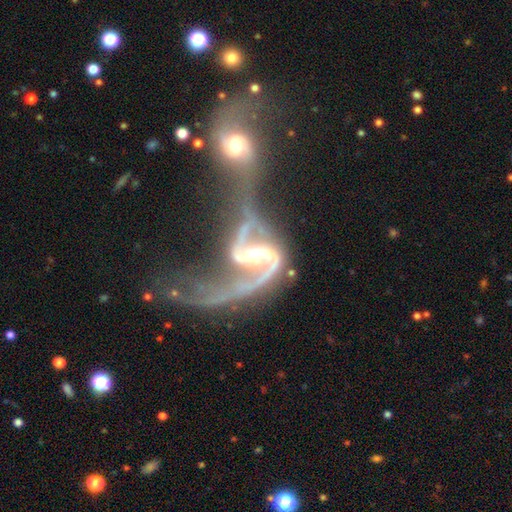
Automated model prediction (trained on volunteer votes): featured or disk 91%, star or artifact 5%, smooth 4%. Down the decision tree: edge-on disk — no (96%); bar — strong (47%); spiral arms — yes (96%); spiral arm count — 2 (87%); spiral winding — loose (66%); bulge size — moderate (48%); merging — merger (44%).